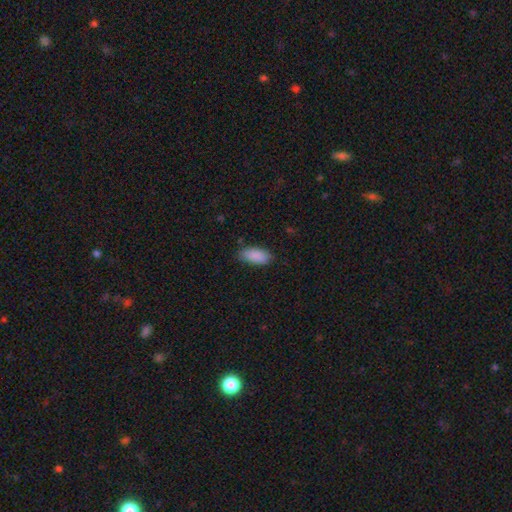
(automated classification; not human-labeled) This is clearly a smooth galaxy (89%). How rounded: clearly in between (89%). Merging: likely none (79%).